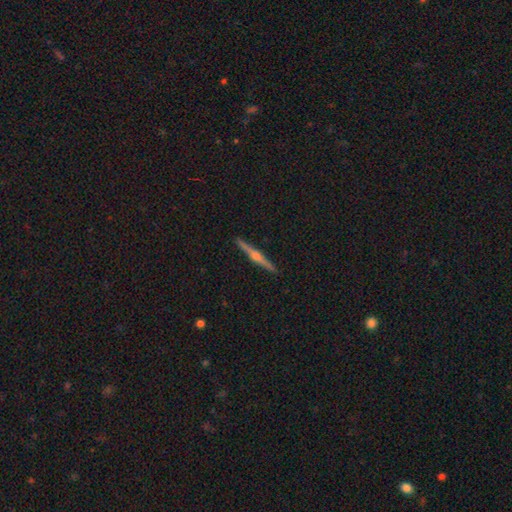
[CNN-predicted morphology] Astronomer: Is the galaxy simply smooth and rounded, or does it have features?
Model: featured or disk — 80%.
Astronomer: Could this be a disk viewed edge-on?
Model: yes — 99%.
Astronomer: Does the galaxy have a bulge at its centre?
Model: rounded — 88%.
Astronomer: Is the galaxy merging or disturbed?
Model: none — 93%.